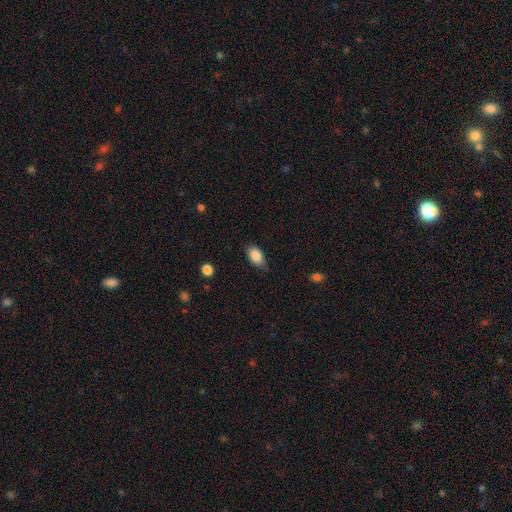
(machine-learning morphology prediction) This is clearly a smooth galaxy (88%). How rounded: clearly in between (90%). Merging: likely none (73%).